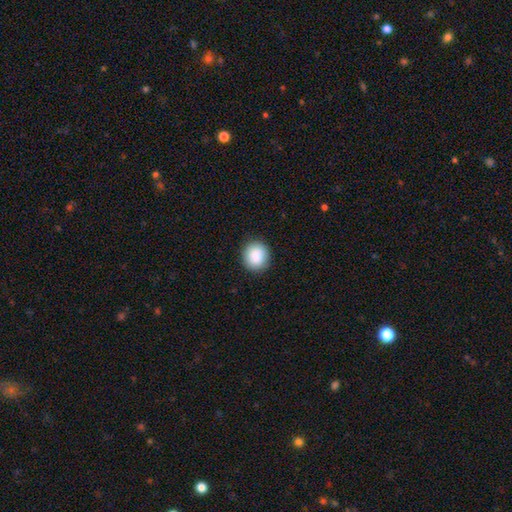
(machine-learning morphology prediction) smooth_or_featured: smooth (p=0.89) [alt: star or artifact p=0.07]
how_rounded: round (p=0.86) [alt: in between p=0.13]
merging: none (p=0.90) [alt: minor disturbance p=0.07]